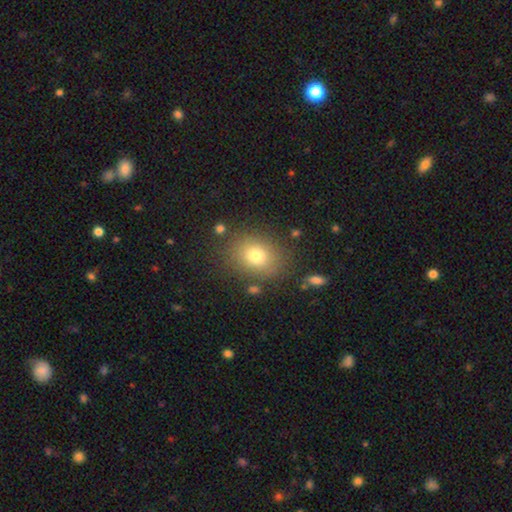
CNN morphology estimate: Overall: smooth (76%). How rounded: in between (50%; round 49%). Merging: none (81%).